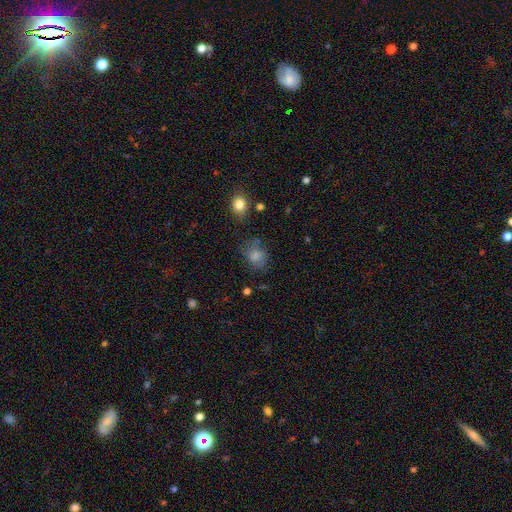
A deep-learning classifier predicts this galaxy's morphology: Smooth or featured: smooth — 72% (featured or disk — 16%)
How rounded: round — 57% (in between — 42%)
Merging: none — 60% (minor disturbance — 23%)